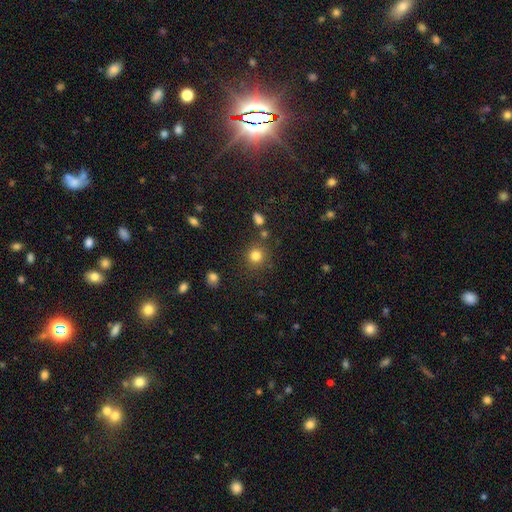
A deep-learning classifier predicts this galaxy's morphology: A smooth galaxy with no disk features (82%) that is round (91%). Merging: none (82%).